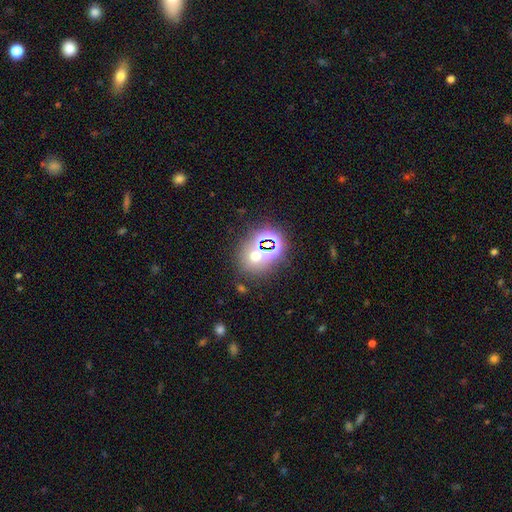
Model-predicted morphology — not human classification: The model was most divided on "smooth or featured": smooth: 47%, star or artifact: 40%, featured or disk: 12%. More confident: merging — none (66%).